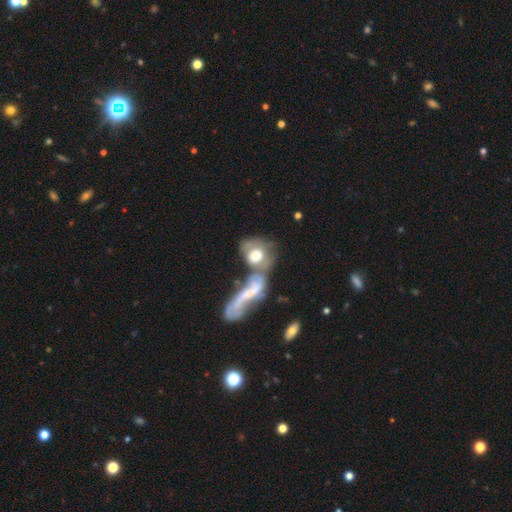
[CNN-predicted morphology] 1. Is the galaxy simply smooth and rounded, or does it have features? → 50% smooth, 41% featured or disk, 8% star or artifact.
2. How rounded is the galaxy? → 48% round, 46% in between, 6% cigar-shaped.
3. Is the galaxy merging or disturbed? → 58% merger, 19% none, 13% major disturbance, 10% minor disturbance.